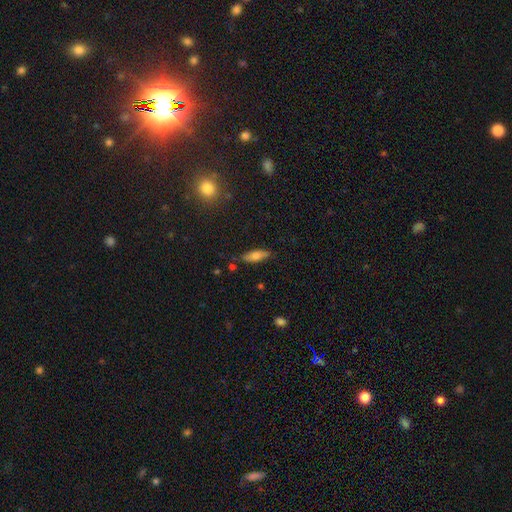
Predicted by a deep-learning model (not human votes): Smooth or featured?
  - smooth: 63% *
  - featured or disk: 29%
  - star or artifact: 8%
How rounded?
  - in between: 52% *
  - cigar-shaped: 46%
  - round: 3%
Merging?
  - none: 82% *
  - minor disturbance: 13%
  - major disturbance: 3%
  - merger: 3%